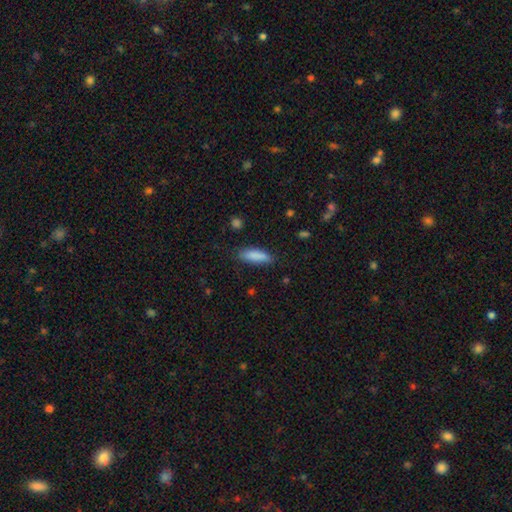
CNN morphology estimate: This is clearly a smooth galaxy (86%). How rounded: possibly cigar-shaped (51%). Merging: clearly none (82%).